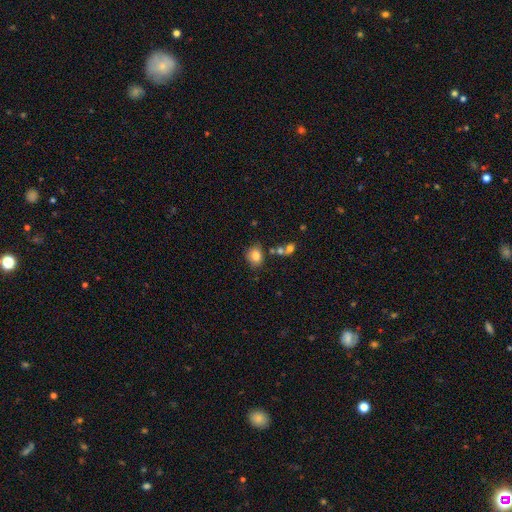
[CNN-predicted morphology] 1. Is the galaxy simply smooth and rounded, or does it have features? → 82% smooth, 10% star or artifact, 8% featured or disk.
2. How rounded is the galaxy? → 55% round, 44% in between, 1% cigar-shaped.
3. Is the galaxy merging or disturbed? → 71% none, 16% minor disturbance, 9% merger, 4% major disturbance.